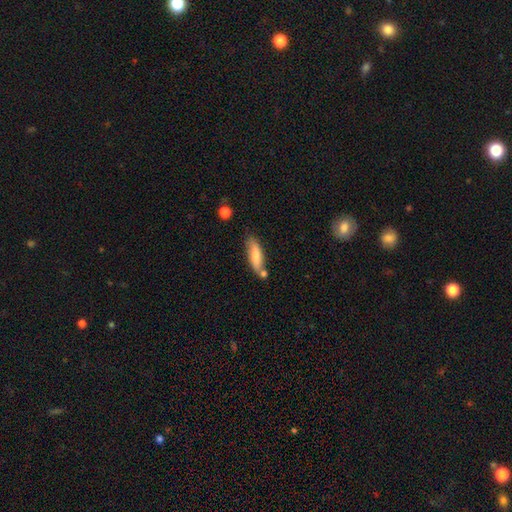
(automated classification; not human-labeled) The model was most divided on "how rounded": cigar-shaped: 56%, in between: 42%, round: 2%. More confident: smooth or featured — smooth (72%); merging — none (60%).